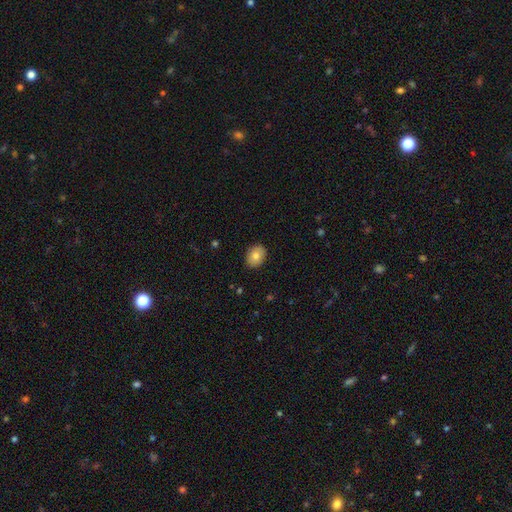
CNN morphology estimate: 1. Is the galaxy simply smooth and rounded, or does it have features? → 78% smooth, 14% featured or disk, 8% star or artifact.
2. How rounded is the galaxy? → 62% in between, 37% round, 1% cigar-shaped.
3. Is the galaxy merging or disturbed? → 89% none, 8% minor disturbance, 2% major disturbance, 1% merger.